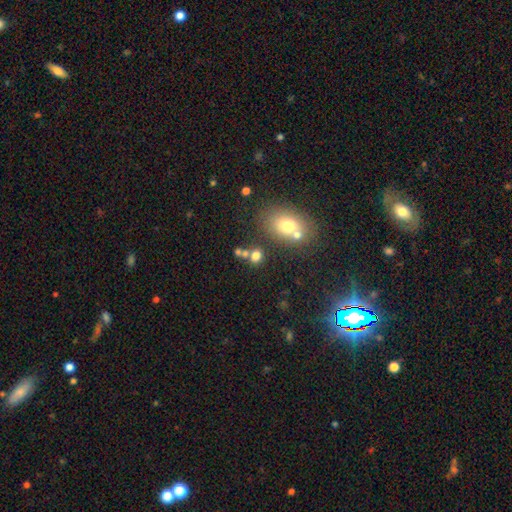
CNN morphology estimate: smooth 73%, star or artifact 16%, featured or disk 11%. Down the decision tree: how rounded — round (66%); merging — none (55%).